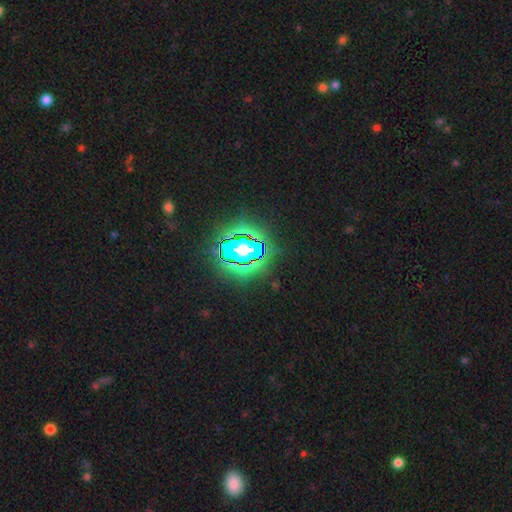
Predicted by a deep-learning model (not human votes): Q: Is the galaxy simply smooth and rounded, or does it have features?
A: star or artifact — 65%.